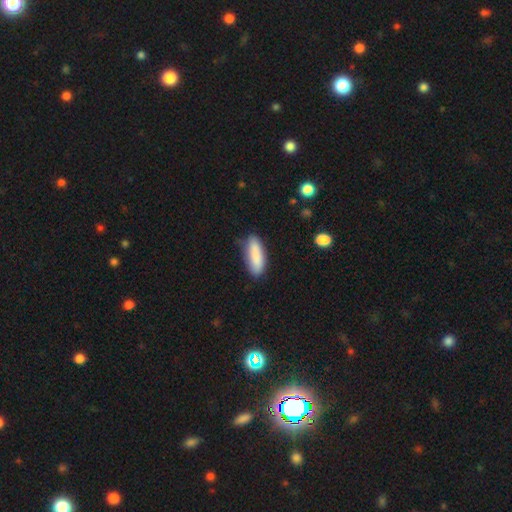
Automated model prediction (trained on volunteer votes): A smooth galaxy with no disk features (87%) that is in between round and cigar-shaped (54%). Merging: none (75%).